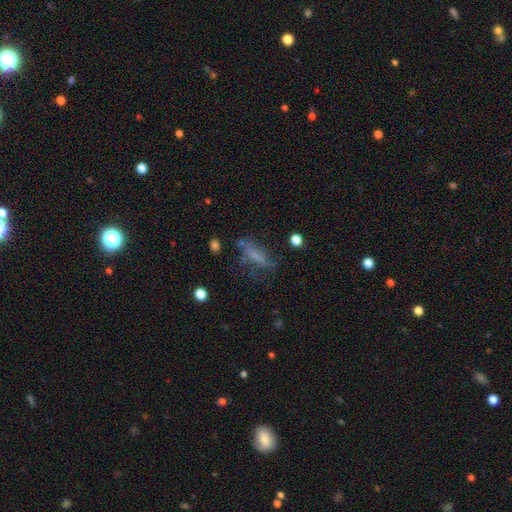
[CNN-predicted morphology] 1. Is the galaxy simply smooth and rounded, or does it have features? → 48% smooth, 36% featured or disk, 17% star or artifact.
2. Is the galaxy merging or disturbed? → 44% none, 26% major disturbance, 25% minor disturbance, 6% merger.